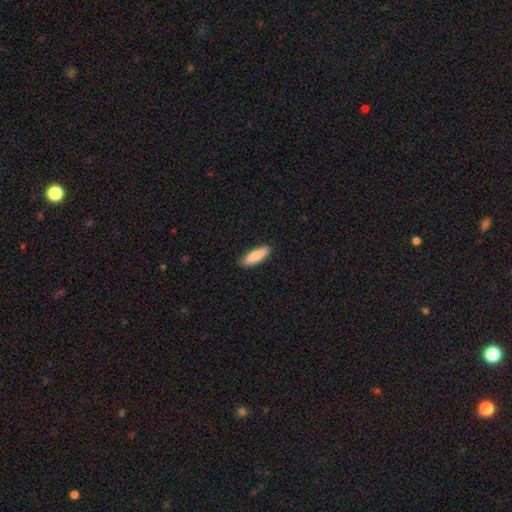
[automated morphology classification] This appears to be a smooth galaxy with no disk features (84%) that is in between round and cigar-shaped (53%). Merging: none (88%).